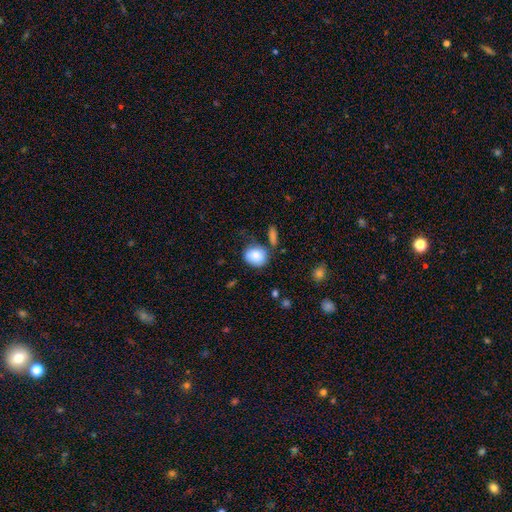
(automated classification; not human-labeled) A smooth galaxy with no disk features (83%) that is round (56%).

Vote fractions:
- Smooth or featured? smooth: 83% / featured or disk: 10% / star or artifact: 7%
- How rounded? round: 56% / in between: 43% / cigar-shaped: 1%
- Merging? none: 61% / minor disturbance: 22% / merger: 9% / major disturbance: 8%